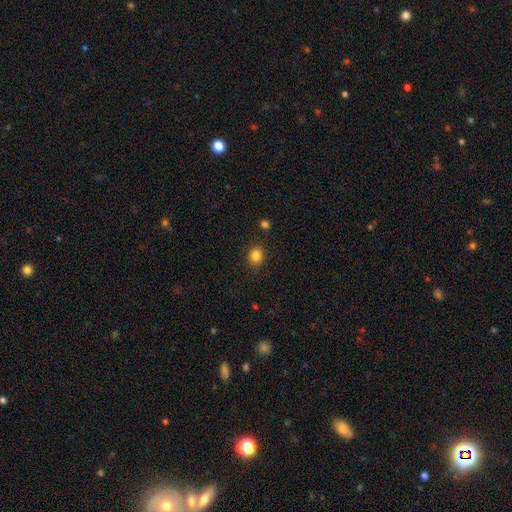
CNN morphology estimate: The model was most divided on "how rounded": round: 73%, in between: 26%, cigar-shaped: 1%. More confident: merging — none (86%); smooth or featured — smooth (84%).